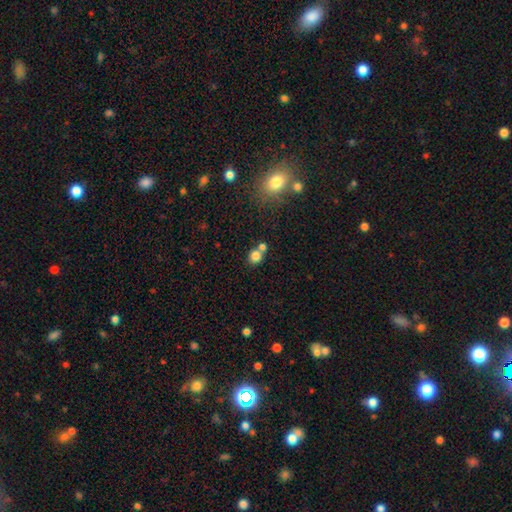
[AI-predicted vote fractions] A smooth galaxy with no disk features (81%) that is round (78%). Merging: none (52%).